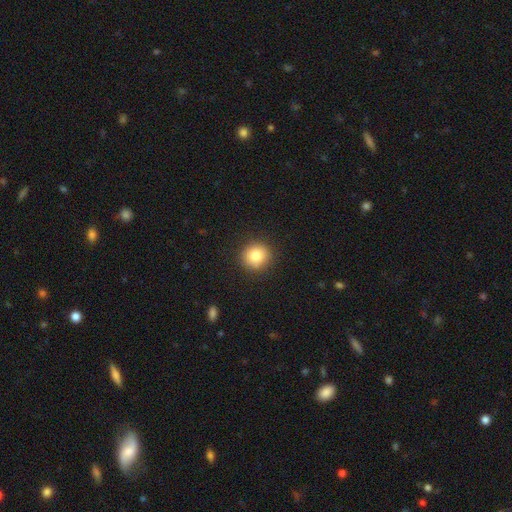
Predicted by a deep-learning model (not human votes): A smooth galaxy with no disk features (82%) that is round (91%).

Vote fractions:
- Smooth or featured? smooth: 82% / star or artifact: 10% / featured or disk: 8%
- How rounded? round: 91% / in between: 8% / cigar-shaped: 1%
- Merging? none: 90% / minor disturbance: 7% / major disturbance: 2% / merger: 1%